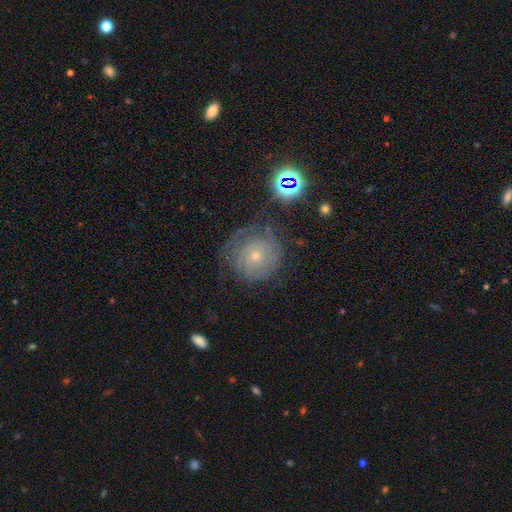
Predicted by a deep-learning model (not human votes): Smooth or featured: featured or disk — 59% (smooth — 27%)
Edge-on disk: no — 97% (yes — 3%)
Bar: no — 83% (weak — 14%)
Spiral arms: yes — 82% (no — 18%)
Bulge size: small — 68% (moderate — 27%)
Merging: none — 64% (minor disturbance — 21%)